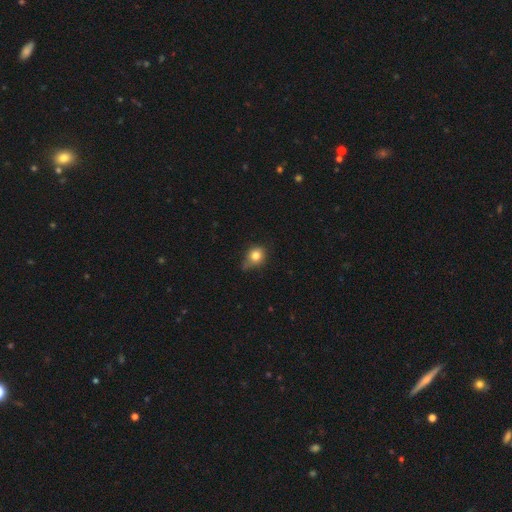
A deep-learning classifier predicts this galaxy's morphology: Q: Smooth or featured?
A: smooth (79%); runner-up: star or artifact (11%)
Q: How rounded?
A: round (70%); runner-up: in between (28%)
Q: Merging?
A: none (52%); runner-up: minor disturbance (36%)